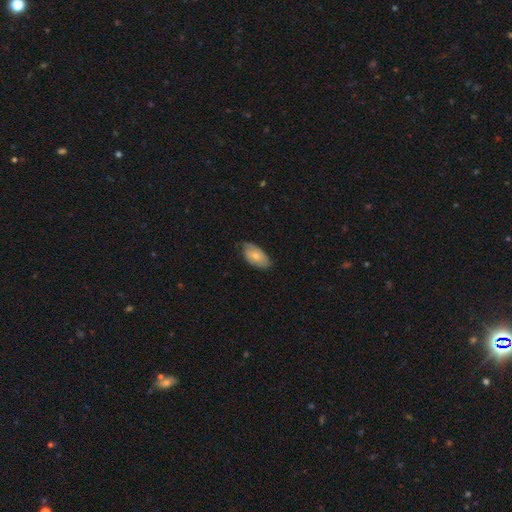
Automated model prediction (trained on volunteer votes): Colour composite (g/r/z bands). It shows a smooth galaxy with no disk features (70%) that is in between round and cigar-shaped (94%). Merging: none (65%).